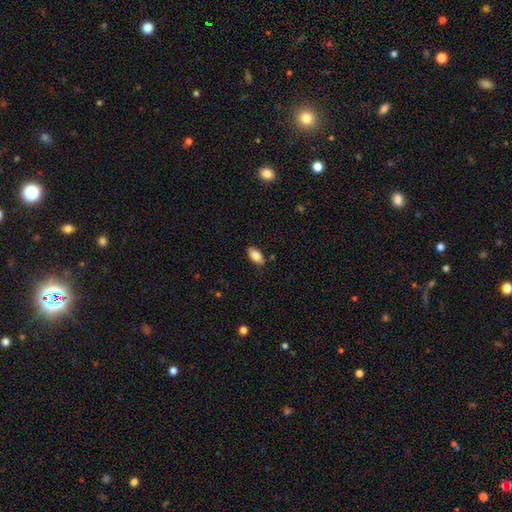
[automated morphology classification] This is clearly a smooth galaxy (82%). How rounded: clearly in between (92%). Merging: clearly none (84%).